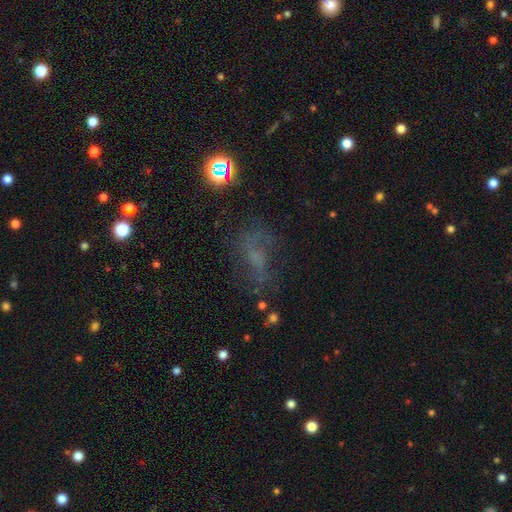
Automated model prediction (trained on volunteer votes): smooth_or_featured: featured or disk (p=0.37) [alt: smooth p=0.32]
merging: none (p=0.50) [alt: major disturbance p=0.24]